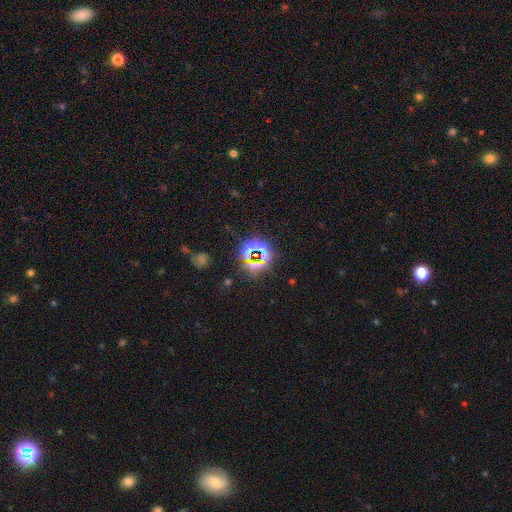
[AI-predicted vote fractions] smooth_or_featured: star or artifact (p=0.75) [alt: smooth p=0.17]